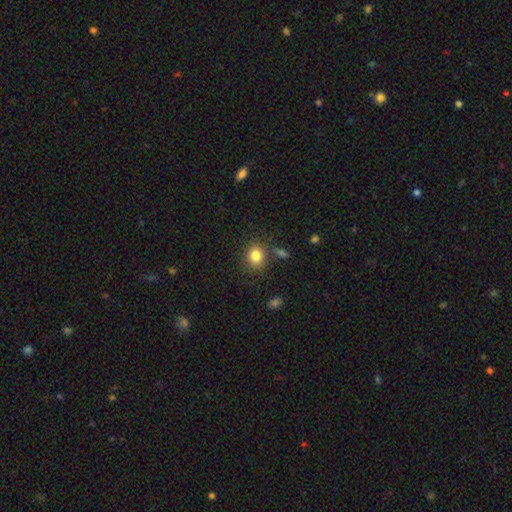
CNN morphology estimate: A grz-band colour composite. It shows a smooth galaxy with no disk features (83%) that is round (70%). Merging: none (77%).